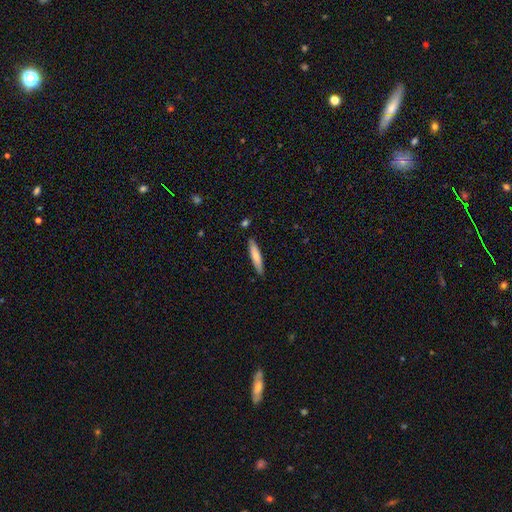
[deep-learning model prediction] smooth-or-featured: smooth: 72% | featured or disk: 23% | star or artifact: 6%
  how-rounded: cigar-shaped: 87% | in between: 12% | round: 1%
  merging: none: 87% | minor disturbance: 10% | merger: 2% | major disturbance: 2%